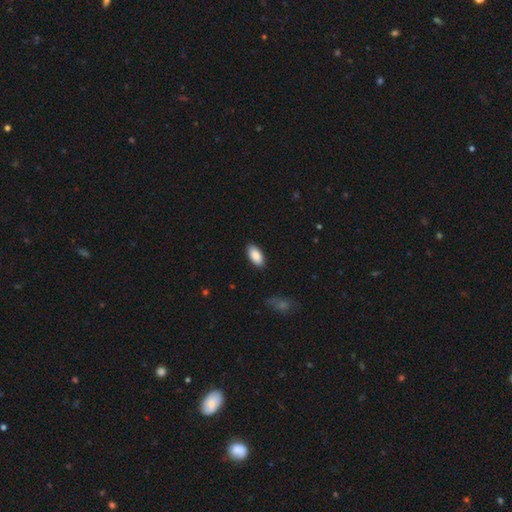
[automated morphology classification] Smooth or featured? smooth (87%)
How rounded? in between (93%)
Merging? none (88%)